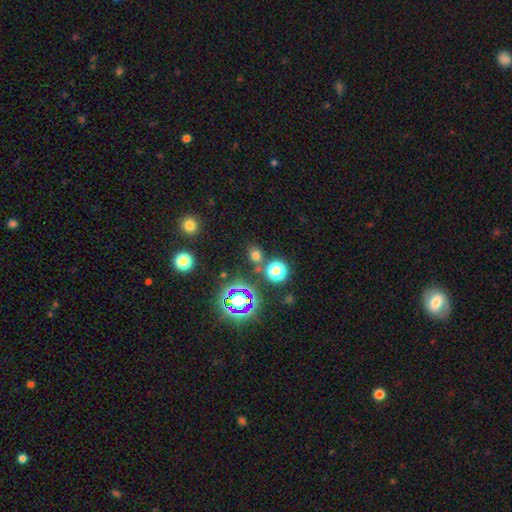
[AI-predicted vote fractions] Q: Smooth or featured?
A: smooth (62%); runner-up: star or artifact (30%)
Q: How rounded?
A: round (67%); runner-up: in between (31%)
Q: Merging?
A: none (75%); runner-up: merger (11%)